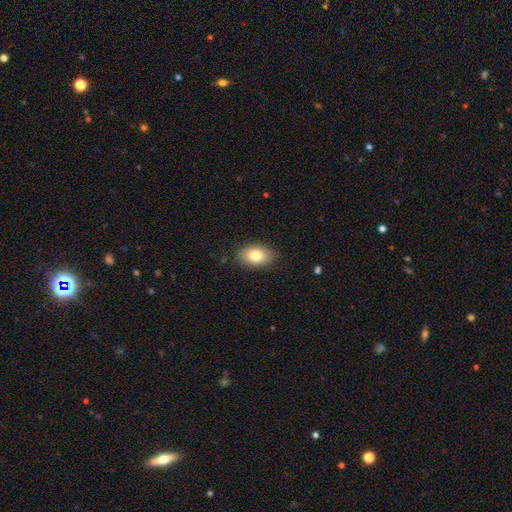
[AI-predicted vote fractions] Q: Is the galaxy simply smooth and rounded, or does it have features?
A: smooth — 80%.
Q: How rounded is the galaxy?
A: in between — 88%.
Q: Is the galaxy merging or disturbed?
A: none — 86%.